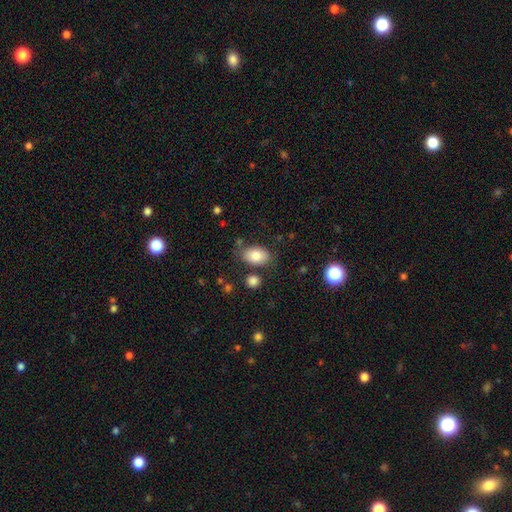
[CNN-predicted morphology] smooth-or-featured: smooth: 82% | featured or disk: 10% | star or artifact: 8%
  how-rounded: in between: 87% | round: 11% | cigar-shaped: 1%
  merging: none: 76% | minor disturbance: 14% | merger: 6% | major disturbance: 4%